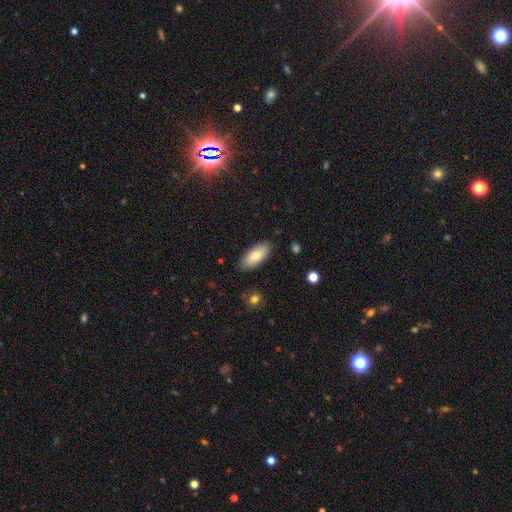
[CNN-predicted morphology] This appears to be a smooth galaxy with no disk features (83%) that is in between round and cigar-shaped (85%). Merging: none (87%).